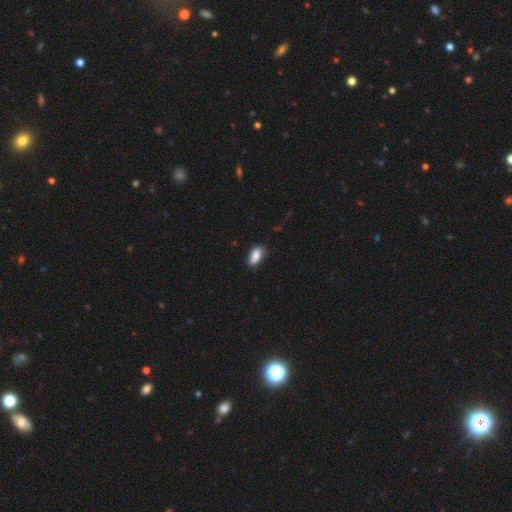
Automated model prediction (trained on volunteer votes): smooth 85%, featured or disk 8%, star or artifact 7%. Down the decision tree: how rounded — in between (90%); merging — none (79%).